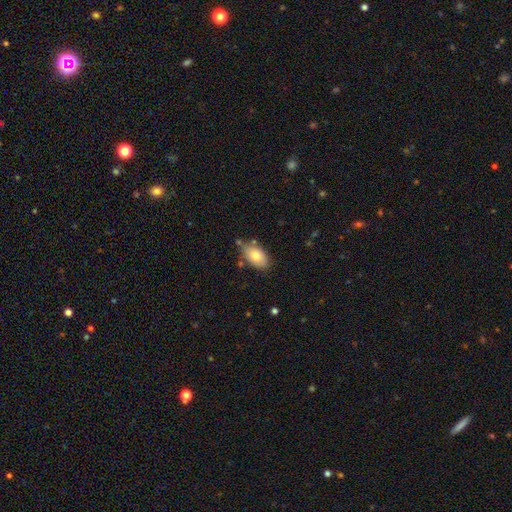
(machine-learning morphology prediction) A smooth galaxy with no disk features (77%) that is in between round and cigar-shaped (92%). Merging: none (70%).